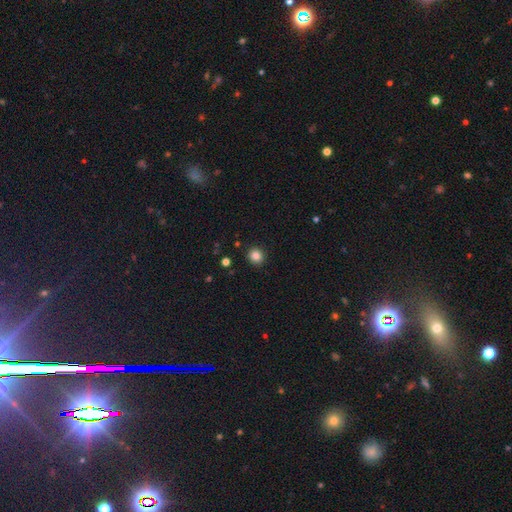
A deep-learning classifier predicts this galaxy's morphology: Smooth or featured? Predicted: smooth (p=0.85). How rounded? Predicted: round (p=0.87). Merging? Predicted: none (p=0.91).